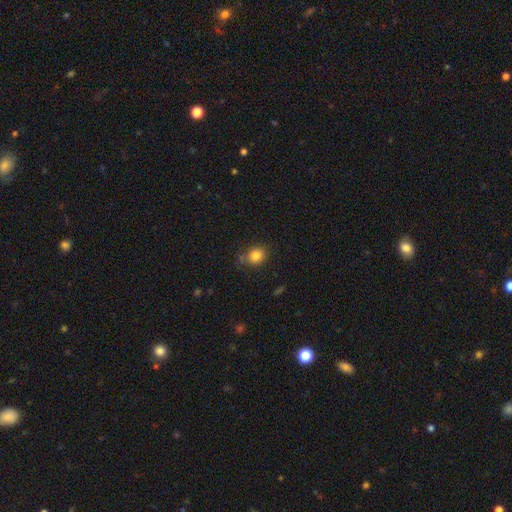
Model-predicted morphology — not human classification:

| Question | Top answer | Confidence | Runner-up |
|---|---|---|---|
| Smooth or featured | smooth | 83% | star or artifact (11%) |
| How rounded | round | 65% | in between (34%) |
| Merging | none | 73% | minor disturbance (15%) |